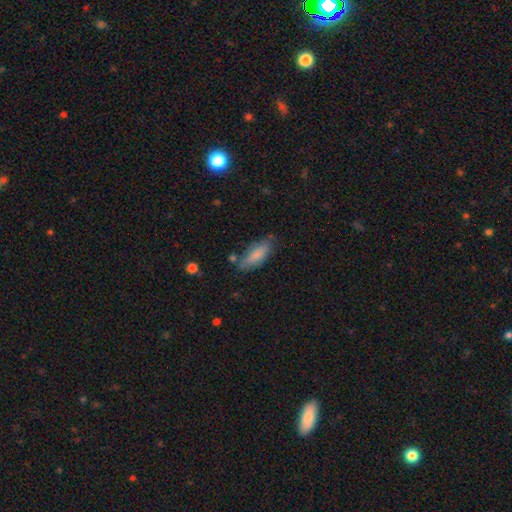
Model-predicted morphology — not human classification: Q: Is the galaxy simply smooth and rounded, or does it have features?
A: smooth — 78%.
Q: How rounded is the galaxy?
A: in between — 67%.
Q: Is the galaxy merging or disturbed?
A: none — 73%.